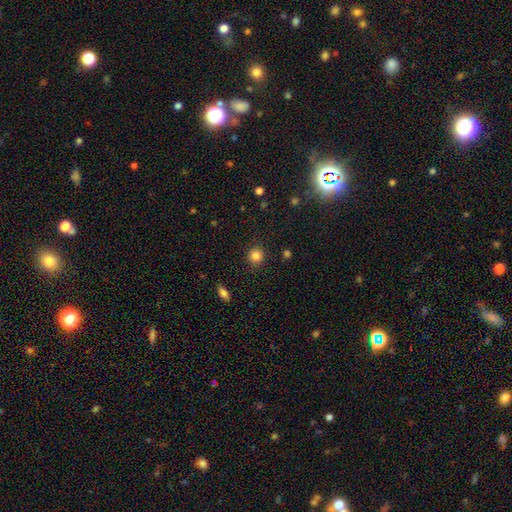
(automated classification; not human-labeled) This appears to be a smooth galaxy with no disk features (84%) that is round (89%). Merging: none (89%).